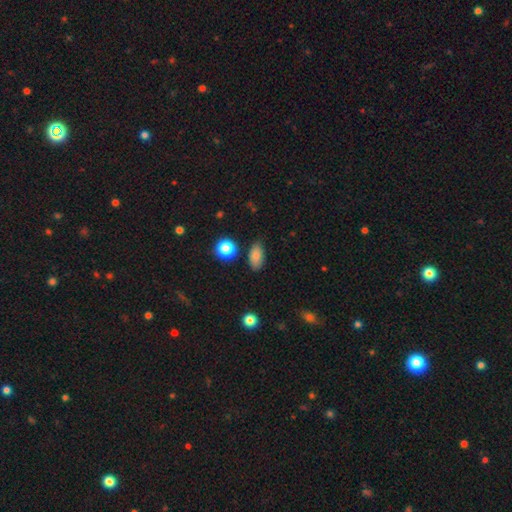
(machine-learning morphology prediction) The model was most divided on "merging": none: 77%, minor disturbance: 17%, major disturbance: 3%, merger: 3%. More confident: how rounded — in between (88%); smooth or featured — smooth (81%).